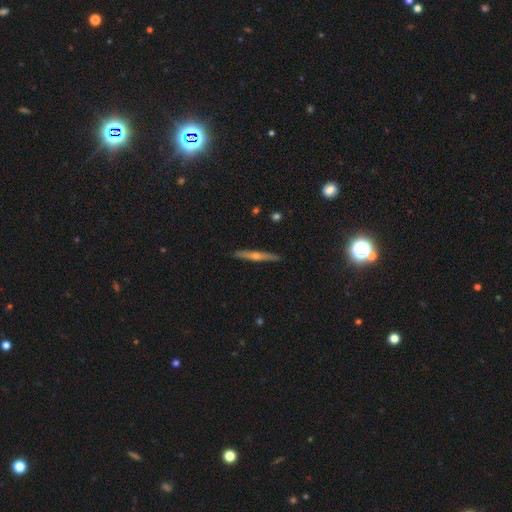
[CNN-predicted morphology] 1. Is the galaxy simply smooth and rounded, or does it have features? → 63% featured or disk, 22% smooth, 16% star or artifact.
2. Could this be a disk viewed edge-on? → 94% yes, 6% no.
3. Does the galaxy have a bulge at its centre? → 83% rounded, 11% none, 6% boxy.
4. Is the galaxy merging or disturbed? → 89% none, 8% minor disturbance, 2% major disturbance, 2% merger.